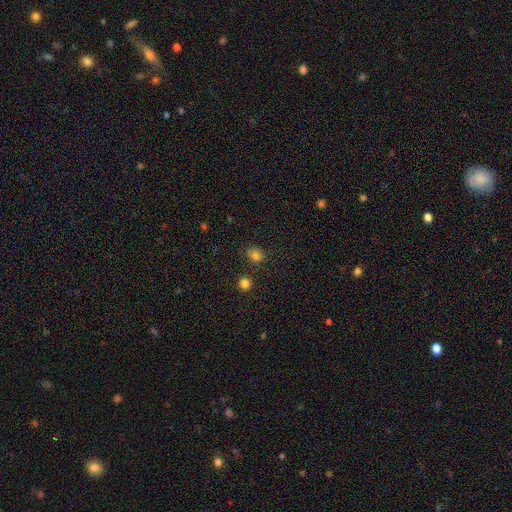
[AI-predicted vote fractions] Smooth or featured?
  - smooth: 80% *
  - star or artifact: 15%
  - featured or disk: 6%
How rounded?
  - round: 63% *
  - in between: 36%
  - cigar-shaped: 1%
Merging?
  - none: 80% *
  - minor disturbance: 12%
  - merger: 5%
  - major disturbance: 3%